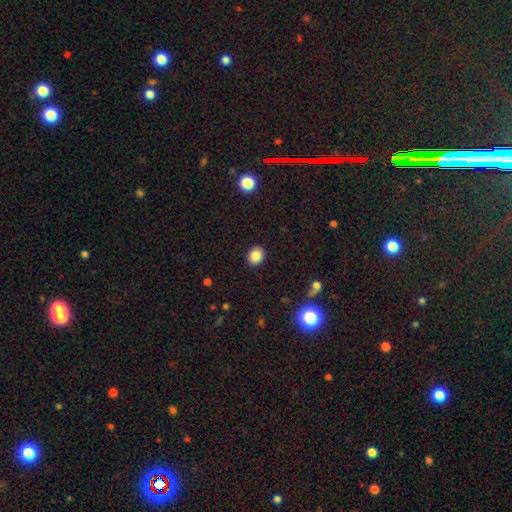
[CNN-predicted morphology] Smooth or featured?
  - smooth: 85% *
  - star or artifact: 10%
  - featured or disk: 5%
How rounded?
  - round: 63% *
  - in between: 36%
  - cigar-shaped: 1%
Merging?
  - none: 91% *
  - minor disturbance: 6%
  - major disturbance: 2%
  - merger: 1%